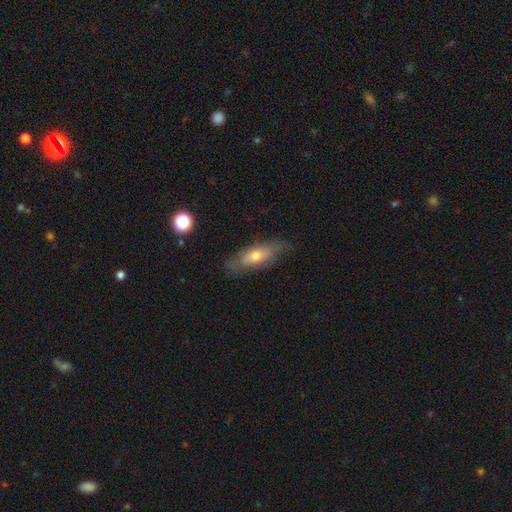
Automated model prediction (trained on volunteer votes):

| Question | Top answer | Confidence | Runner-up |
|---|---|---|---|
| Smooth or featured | smooth | 52% | featured or disk (41%) |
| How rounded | in between | 63% | cigar-shaped (33%) |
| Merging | none | 71% | minor disturbance (21%) |